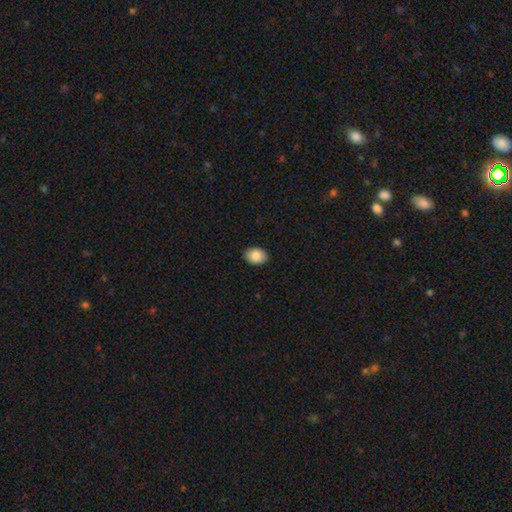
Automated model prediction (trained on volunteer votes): This appears to be a smooth galaxy with no disk features (88%) that is in between round and cigar-shaped (76%). Merging: none (88%).